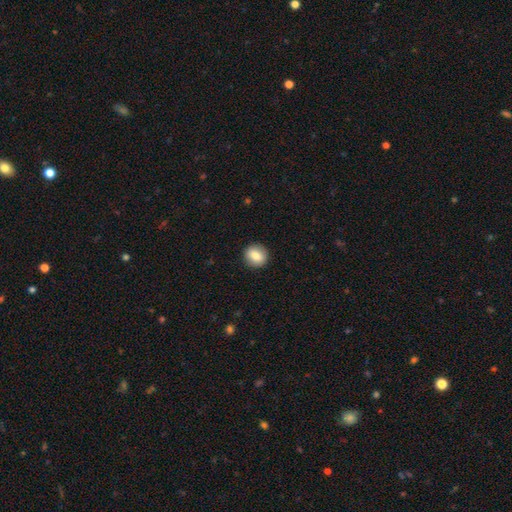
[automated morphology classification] smooth 81%, featured or disk 11%, star or artifact 8%. Down the decision tree: how rounded — round (85%); merging — none (91%).